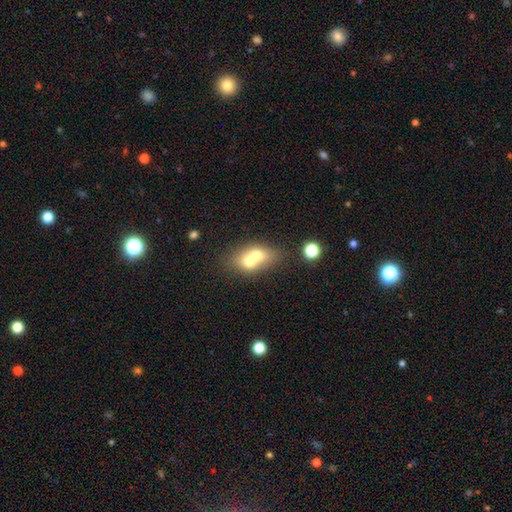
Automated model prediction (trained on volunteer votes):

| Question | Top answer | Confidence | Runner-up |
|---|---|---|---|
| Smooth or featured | smooth | 64% | featured or disk (27%) |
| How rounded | in between | 62% | round (35%) |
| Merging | merger | 67% | none (23%) |